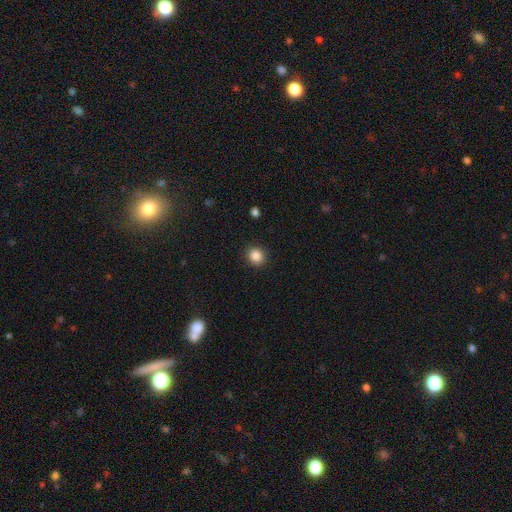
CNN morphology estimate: type=smooth (86%); roundness=round (86%); merging=none (91%).